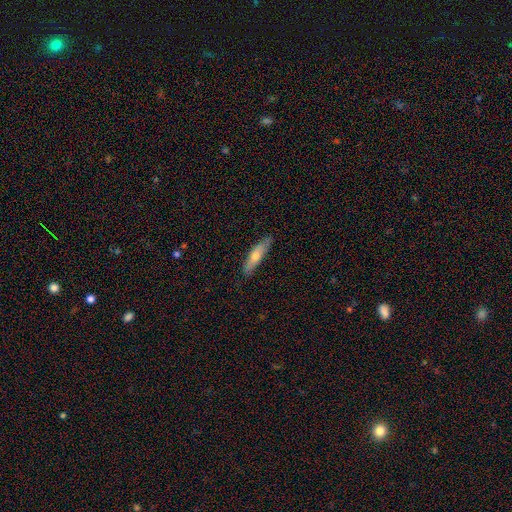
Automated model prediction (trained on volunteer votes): A smooth galaxy with no disk features (61%) that is cigar-shaped (74%). Merging: none (82%).